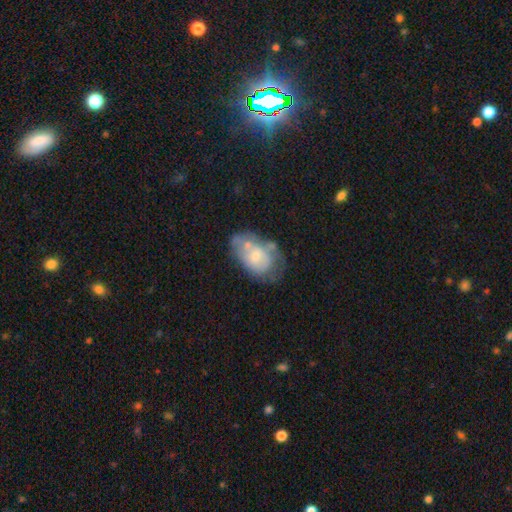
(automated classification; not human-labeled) This is possibly a smooth galaxy (49%). Merging: marginally none (30%).